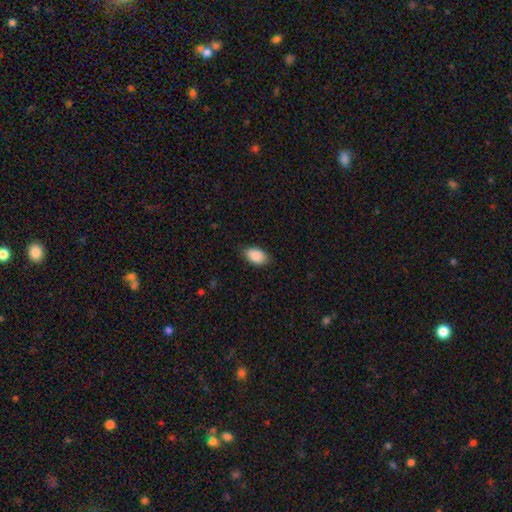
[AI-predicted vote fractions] Smooth or featured: smooth — 89% (star or artifact — 7%)
How rounded: in between — 92% (round — 7%)
Merging: none — 84% (minor disturbance — 13%)